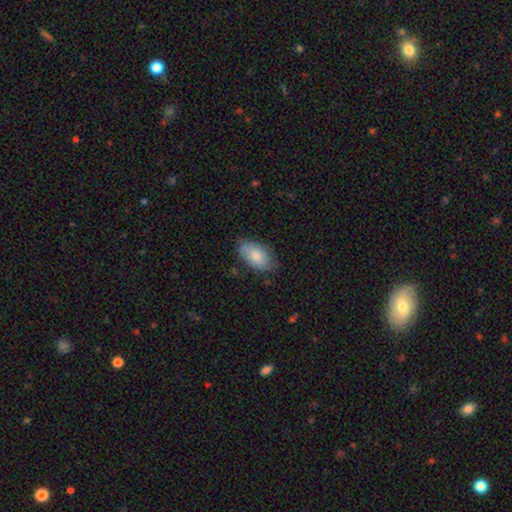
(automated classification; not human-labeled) Morphology: type=smooth (81%); roundness=in between (94%); merging=none (75%).